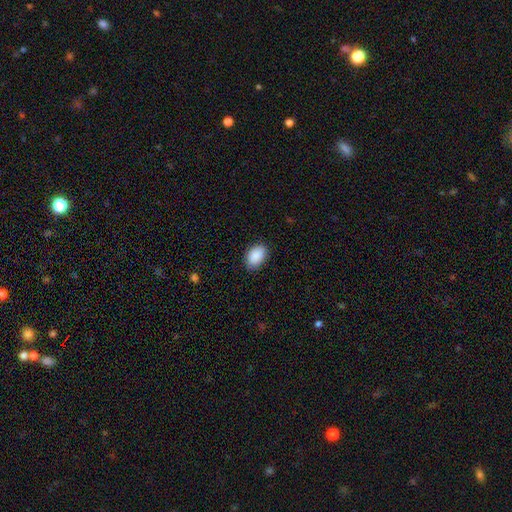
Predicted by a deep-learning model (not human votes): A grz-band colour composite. It shows a smooth galaxy with no disk features (90%) that is in between round and cigar-shaped (88%). Merging: none (85%).